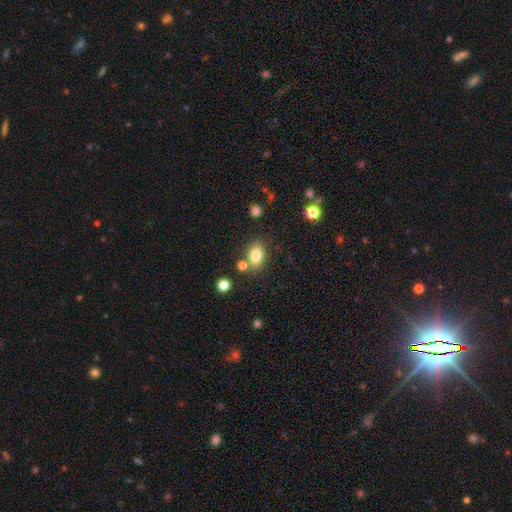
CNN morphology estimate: A smooth galaxy with no disk features (80%) that is in between round and cigar-shaped (77%).

Vote fractions:
- Smooth or featured? smooth: 80% / star or artifact: 10% / featured or disk: 10%
- How rounded? in between: 77% / round: 21% / cigar-shaped: 2%
- Merging? none: 73% / minor disturbance: 12% / merger: 11% / major disturbance: 3%